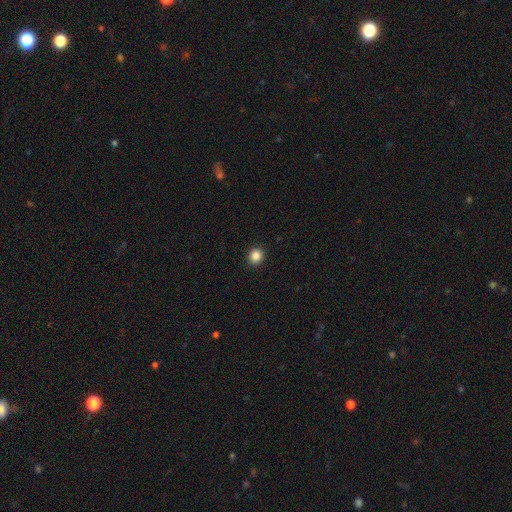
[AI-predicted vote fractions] Smooth or featured?
  - smooth: 86% *
  - star or artifact: 10%
  - featured or disk: 3%
How rounded?
  - round: 85% *
  - in between: 14%
  - cigar-shaped: 1%
Merging?
  - none: 92% *
  - minor disturbance: 5%
  - major disturbance: 2%
  - merger: 1%